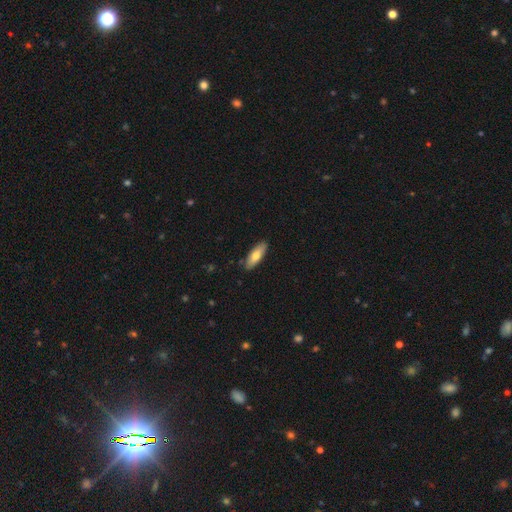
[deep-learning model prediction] smooth 71%, featured or disk 23%, star or artifact 6%. Down the decision tree: how rounded — in between (59%); merging — none (87%).